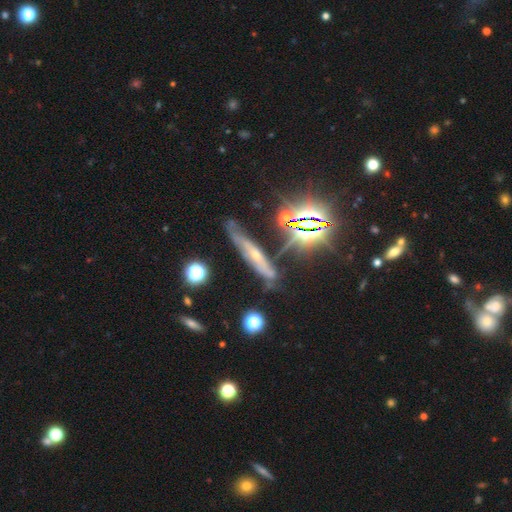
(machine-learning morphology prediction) type=featured or disk (51%); edge-on=yes (73%); merging=none (62%).